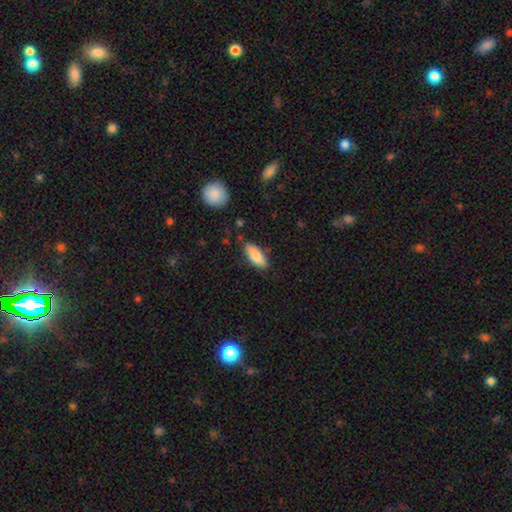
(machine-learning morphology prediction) type=smooth (82%); roundness=in between (77%); merging=none (80%).